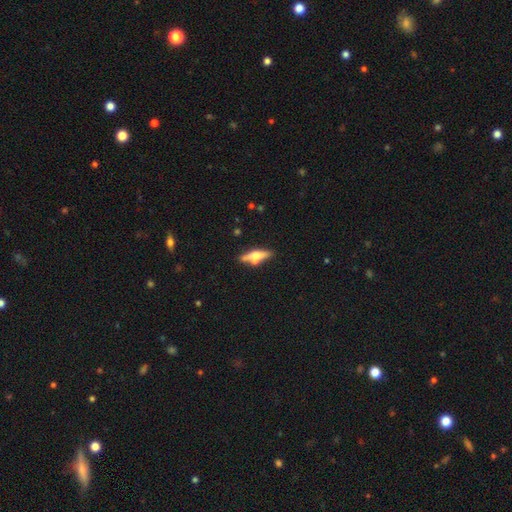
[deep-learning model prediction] smooth_or_featured: featured or disk (p=0.53) [alt: smooth p=0.40]
disk_edge_on: yes (p=0.90) [alt: no p=0.10]
merging: none (p=0.64) [alt: merger p=0.16]